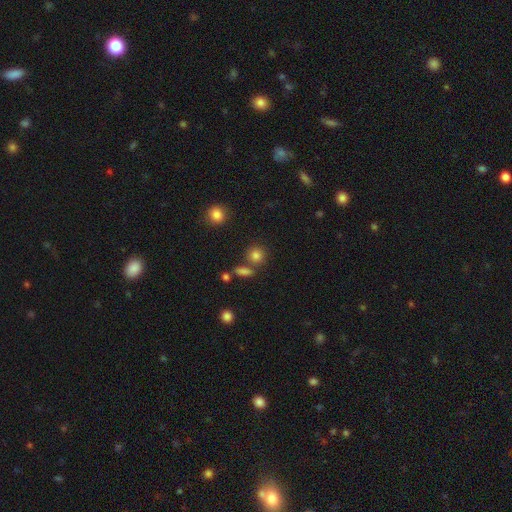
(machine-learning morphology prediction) smooth_or_featured: smooth (p=0.81) [alt: star or artifact p=0.13]
how_rounded: round (p=0.84) [alt: in between p=0.15]
merging: none (p=0.70) [alt: merger p=0.16]